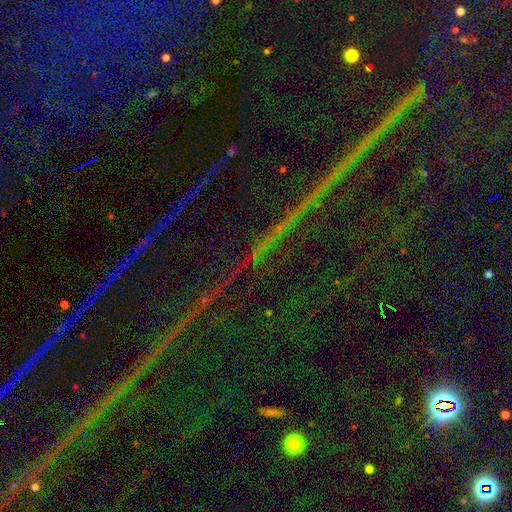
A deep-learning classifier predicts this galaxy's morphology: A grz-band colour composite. It shows a star or artifact, not a galaxy (86%).